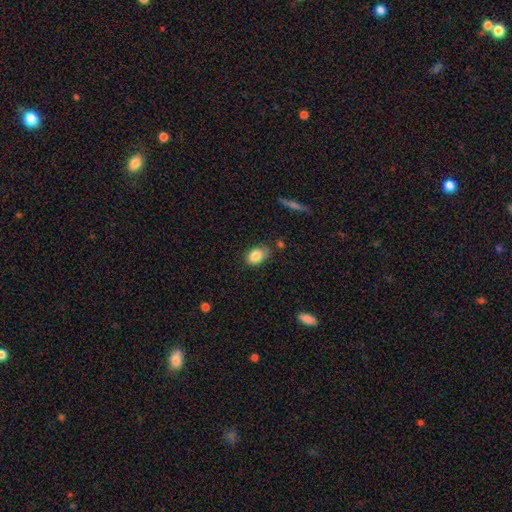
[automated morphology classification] Smooth or featured? Predicted: smooth (p=0.84). How rounded? Predicted: in between (p=0.85). Merging? Predicted: none (p=0.73).